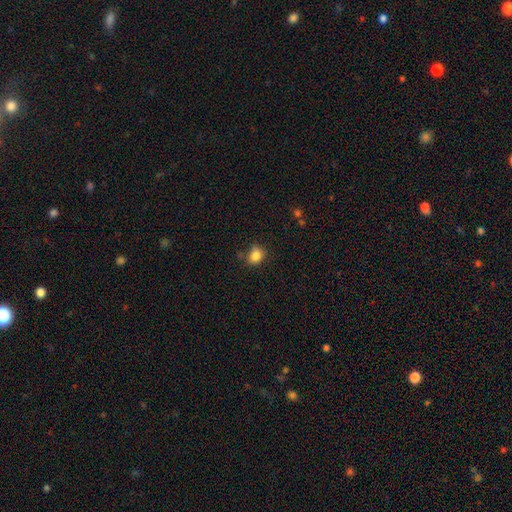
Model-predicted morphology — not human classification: smooth-or-featured: smooth: 85% | star or artifact: 10% | featured or disk: 5%
  how-rounded: round: 54% | in between: 45% | cigar-shaped: 1%
  merging: none: 72% | minor disturbance: 19% | major disturbance: 4% | merger: 4%